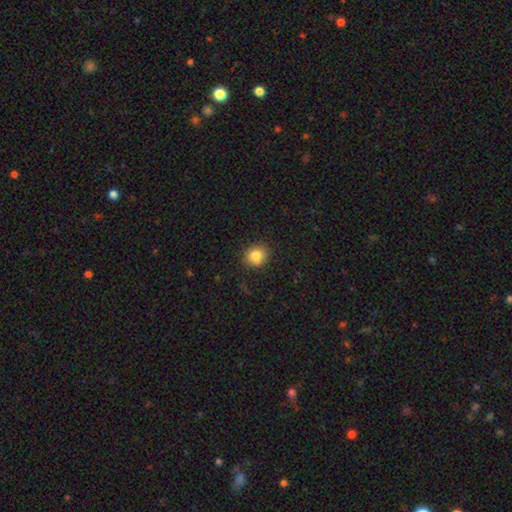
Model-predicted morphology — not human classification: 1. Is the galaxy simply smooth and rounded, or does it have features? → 82% smooth, 11% star or artifact, 8% featured or disk.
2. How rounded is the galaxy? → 70% round, 29% in between, 1% cigar-shaped.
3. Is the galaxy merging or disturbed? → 74% none, 15% minor disturbance, 7% merger, 4% major disturbance.